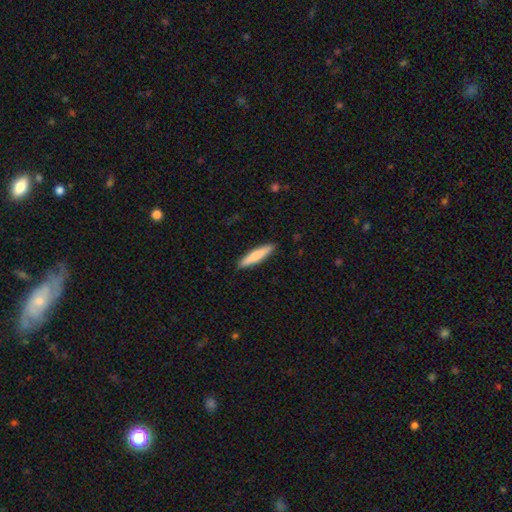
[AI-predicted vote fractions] This is likely a smooth galaxy (73%). How rounded: clearly cigar-shaped (89%). Merging: clearly none (91%).